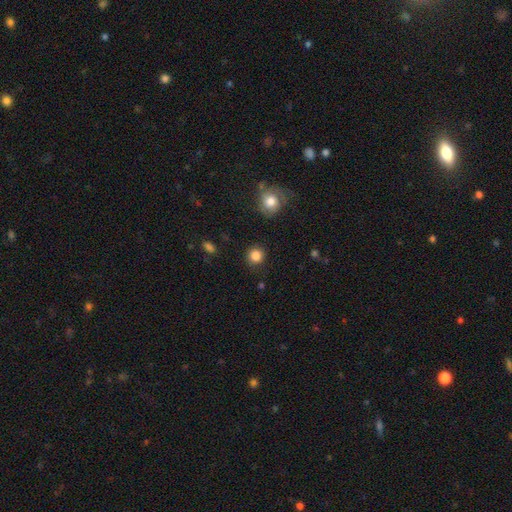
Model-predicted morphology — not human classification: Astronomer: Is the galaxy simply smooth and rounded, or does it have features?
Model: smooth — 85%.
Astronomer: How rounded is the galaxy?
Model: round — 92%.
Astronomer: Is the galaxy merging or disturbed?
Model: none — 88%.